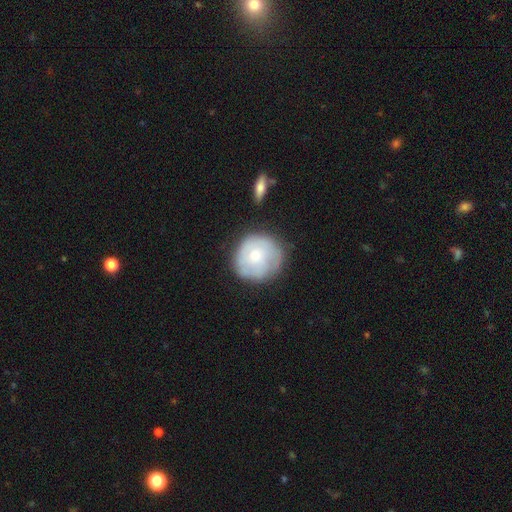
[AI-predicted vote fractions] Smooth or featured: smooth — 54% (featured or disk — 40%)
How rounded: round — 91% (in between — 8%)
Merging: none — 71% (minor disturbance — 20%)